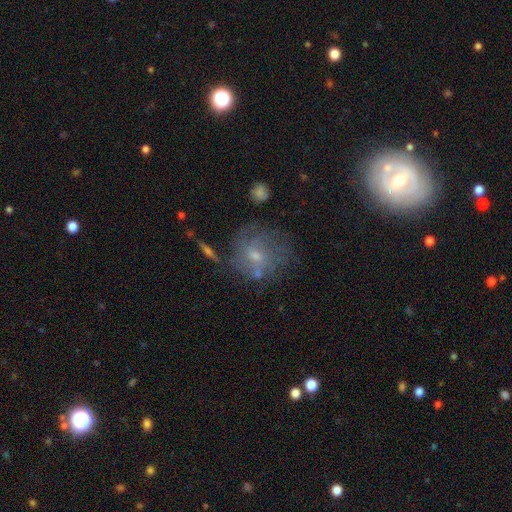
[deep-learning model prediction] Smooth or featured: featured or disk — 55% (smooth — 33%)
Edge-on disk: no — 96% (yes — 4%)
Bar: no — 61% (weak — 34%)
Spiral arms: yes — 60% (no — 40%)
Bulge size: small — 53% (moderate — 39%)
Merging: none — 55% (minor disturbance — 21%)